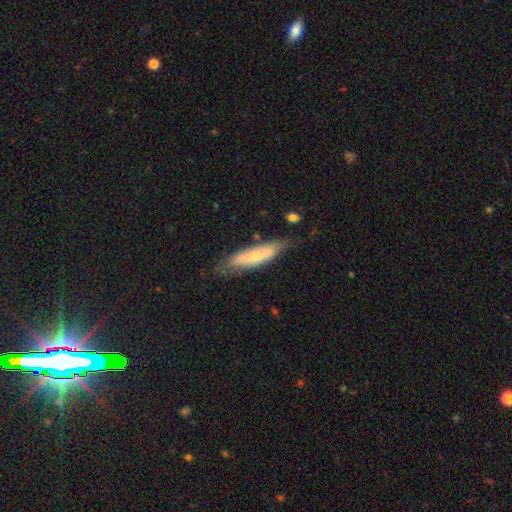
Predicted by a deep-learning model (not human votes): Morphology: type=smooth (55%); roundness=cigar-shaped (64%); merging=none (66%).